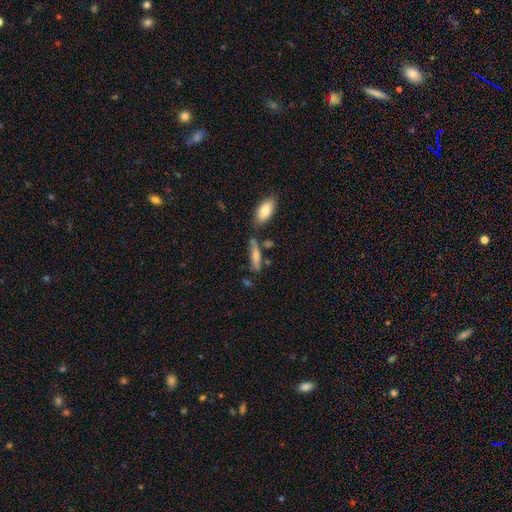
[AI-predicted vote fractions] This is likely a smooth galaxy (70%). How rounded: likely cigar-shaped (65%). Merging: likely none (61%).